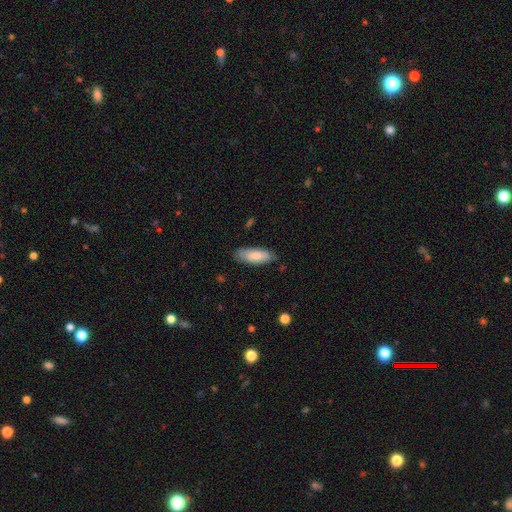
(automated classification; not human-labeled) This is clearly a smooth galaxy (82%). How rounded: likely in between (71%). Merging: clearly none (81%).